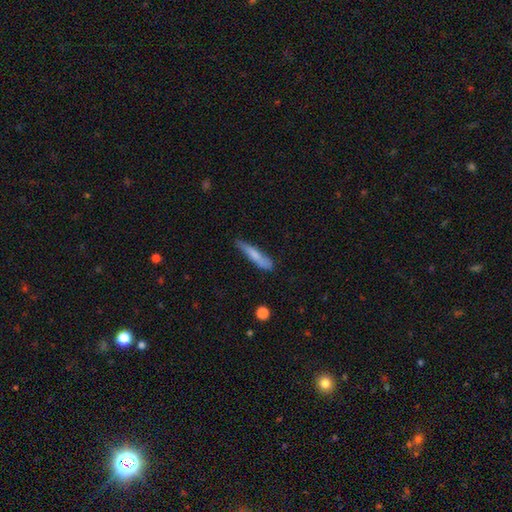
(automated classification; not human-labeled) Smooth or featured: smooth — 71% (featured or disk — 23%)
How rounded: cigar-shaped — 89% (in between — 9%)
Merging: none — 66% (minor disturbance — 25%)